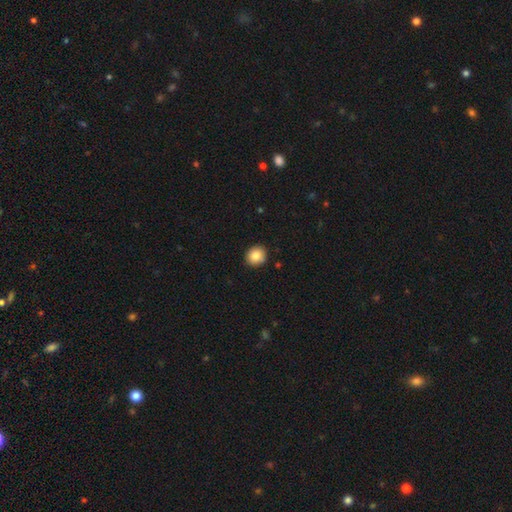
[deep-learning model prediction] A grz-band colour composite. It shows a smooth galaxy with no disk features (85%) that is round (85%). Merging: none (91%).